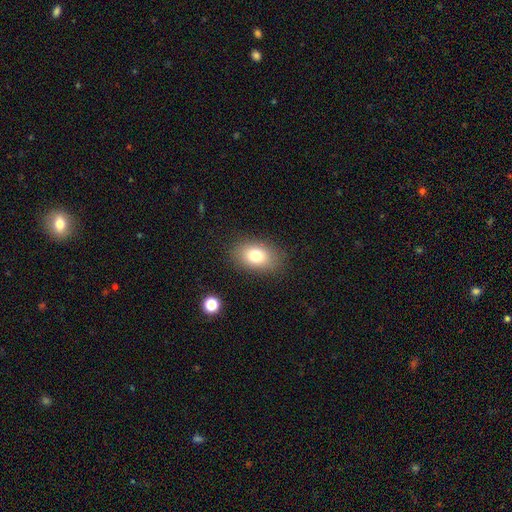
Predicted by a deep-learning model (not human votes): Smooth or featured: smooth — 77% (featured or disk — 12%)
How rounded: in between — 82% (round — 17%)
Merging: none — 85% (minor disturbance — 10%)